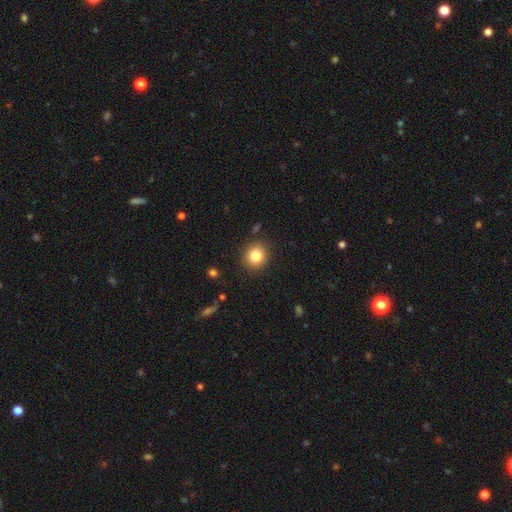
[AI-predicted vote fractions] Smooth or featured?
  - smooth: 82% *
  - star or artifact: 10%
  - featured or disk: 7%
How rounded?
  - round: 86% *
  - in between: 13%
  - cigar-shaped: 1%
Merging?
  - none: 89% *
  - minor disturbance: 7%
  - major disturbance: 2%
  - merger: 1%